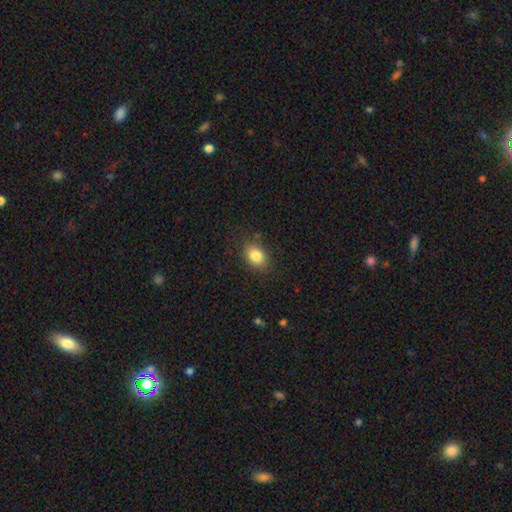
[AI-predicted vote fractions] This appears to be a smooth galaxy with no disk features (83%) that is in between round and cigar-shaped (74%). Merging: none (84%).